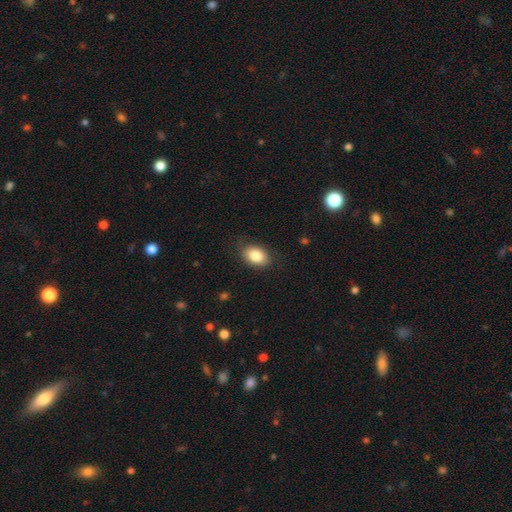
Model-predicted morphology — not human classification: Overall: smooth (83%). How rounded: in between (84%). Merging: none (81%).